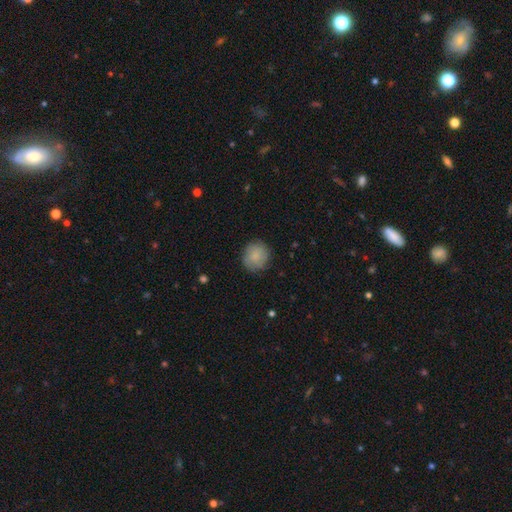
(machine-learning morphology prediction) Smooth or featured: smooth — 84% (featured or disk — 9%)
How rounded: round — 88% (in between — 11%)
Merging: none — 82% (minor disturbance — 13%)